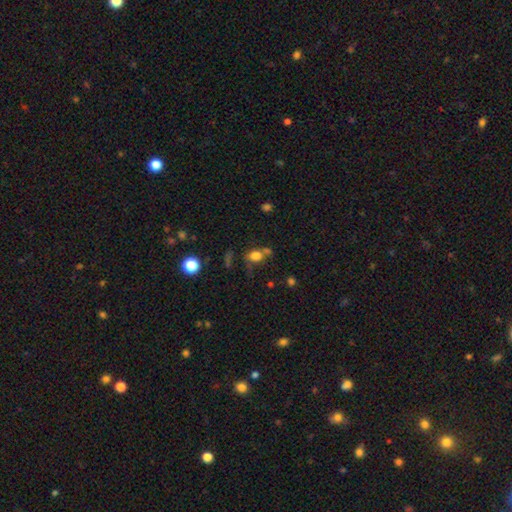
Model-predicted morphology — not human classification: This is likely a smooth galaxy (73%). How rounded: possibly in between (60%). Merging: marginally none (42%).